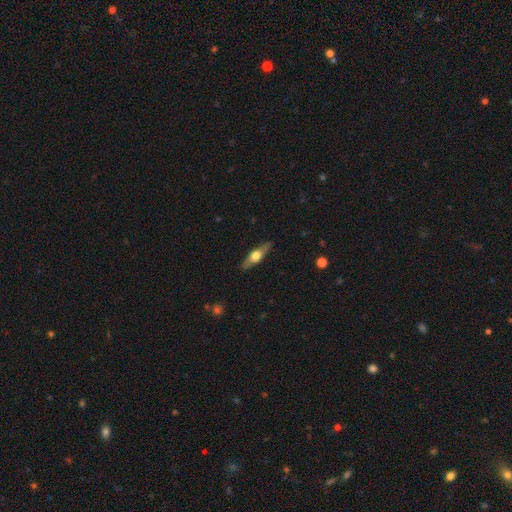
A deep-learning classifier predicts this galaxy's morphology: A featured or disk galaxy (54%) viewed edge-on (90%). Merging: none (87%).